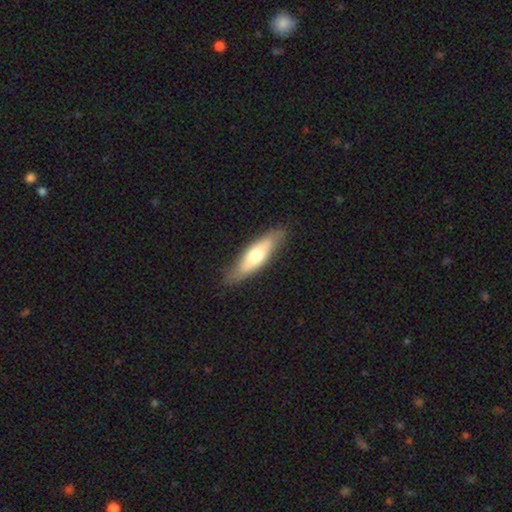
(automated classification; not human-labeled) This appears to be a smooth galaxy with no disk features (56%) that is cigar-shaped (54%). Merging: none (83%).